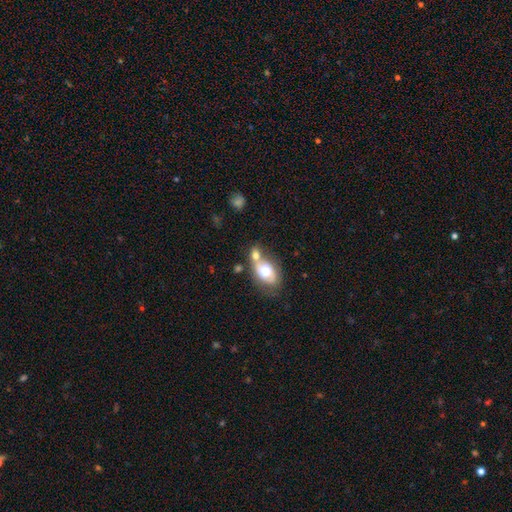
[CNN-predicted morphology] The model was most divided on "merging": none: 39%, merger: 38%, minor disturbance: 15%, major disturbance: 7%. More confident: how rounded — in between (76%); smooth or featured — smooth (59%).